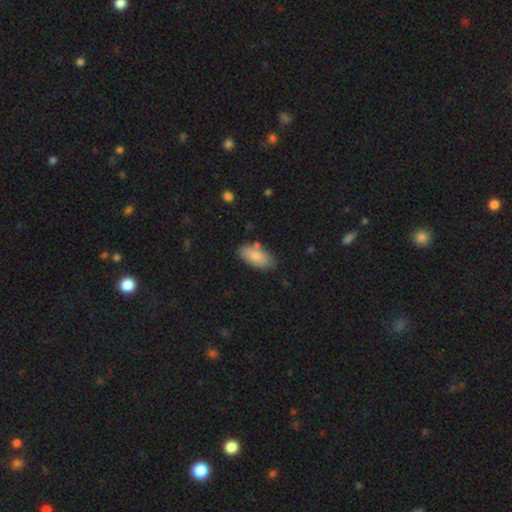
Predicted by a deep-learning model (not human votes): This is likely a smooth galaxy (79%). How rounded: clearly in between (93%). Merging: likely none (71%).